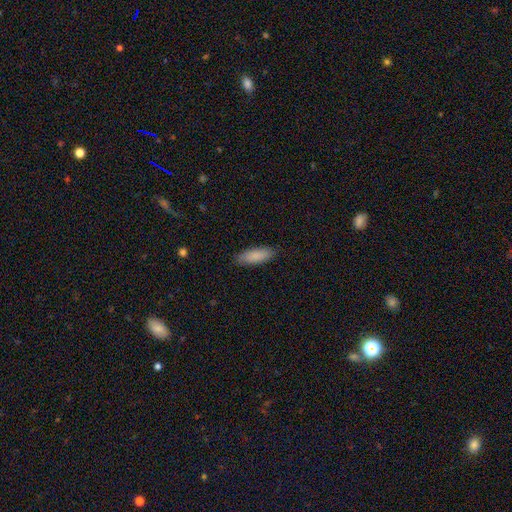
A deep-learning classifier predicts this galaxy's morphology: Smooth or featured: smooth — 88% (featured or disk — 6%)
How rounded: in between — 65% (cigar-shaped — 33%)
Merging: none — 87% (minor disturbance — 10%)